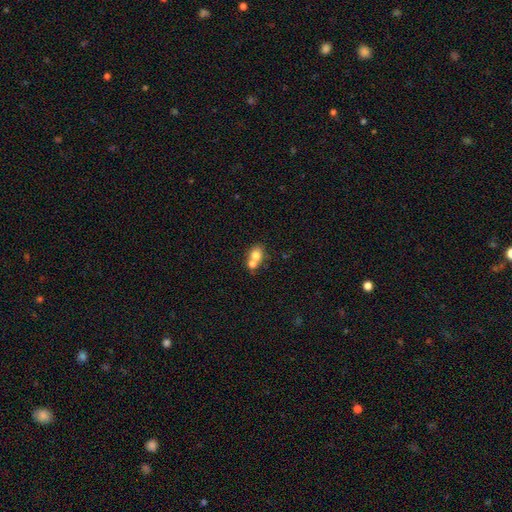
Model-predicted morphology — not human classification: A smooth galaxy with no disk features (74%) that is round (54%).

Vote fractions:
- Smooth or featured? smooth: 74% / featured or disk: 16% / star or artifact: 10%
- How rounded? round: 54% / in between: 45% / cigar-shaped: 1%
- Merging? merger: 58% / none: 32% / minor disturbance: 7% / major disturbance: 3%